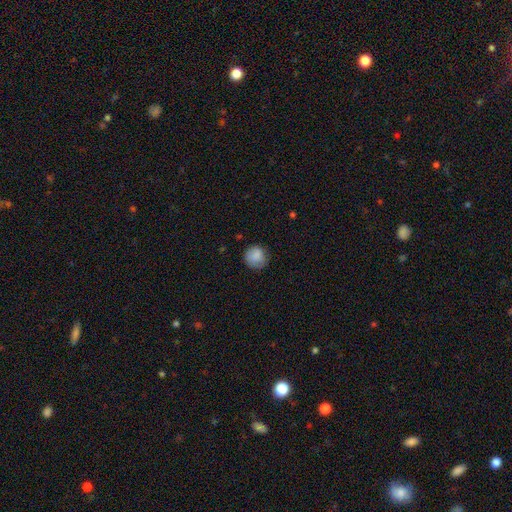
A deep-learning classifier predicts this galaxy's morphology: type=smooth (86%); roundness=round (90%); merging=none (77%).